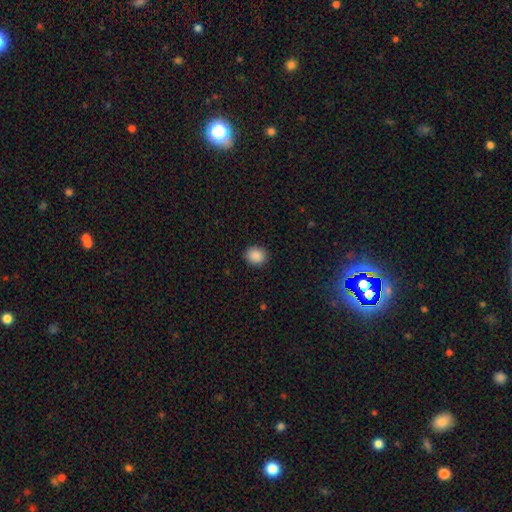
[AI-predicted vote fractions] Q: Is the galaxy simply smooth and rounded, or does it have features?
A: smooth — 89%.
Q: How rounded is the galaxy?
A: round — 63%.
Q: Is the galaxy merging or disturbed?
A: none — 90%.